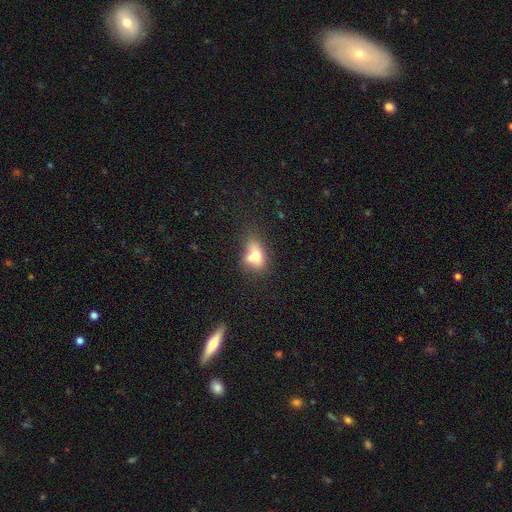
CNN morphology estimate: Smooth or featured? Predicted: smooth (p=0.69). How rounded? Predicted: in between (p=0.70). Merging? Predicted: merger (p=0.42).